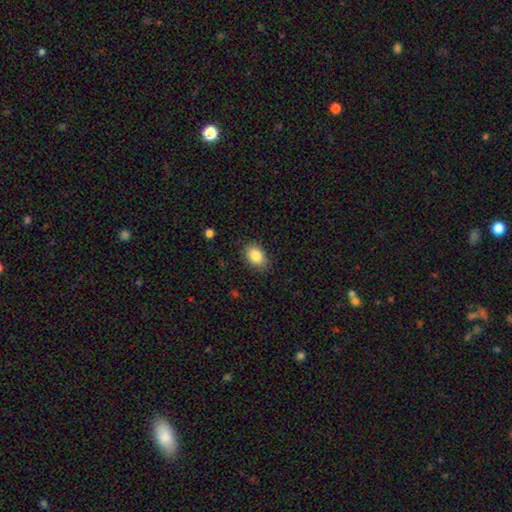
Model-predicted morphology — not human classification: smooth_or_featured: smooth (p=0.85) [alt: star or artifact p=0.08]
how_rounded: in between (p=0.82) [alt: round p=0.16]
merging: none (p=0.84) [alt: minor disturbance p=0.12]